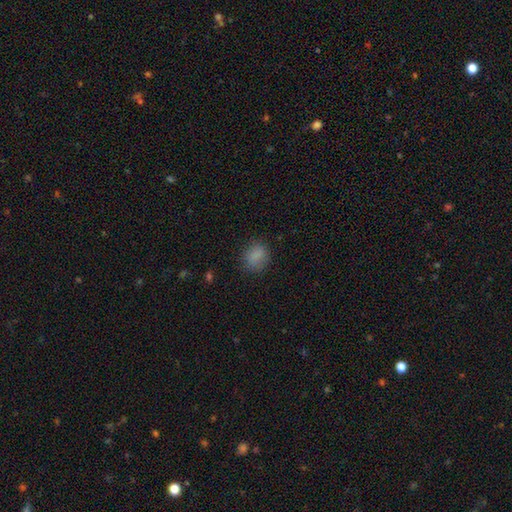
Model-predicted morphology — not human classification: This is clearly a smooth galaxy (84%). How rounded: possibly round (58%). Merging: clearly none (80%).